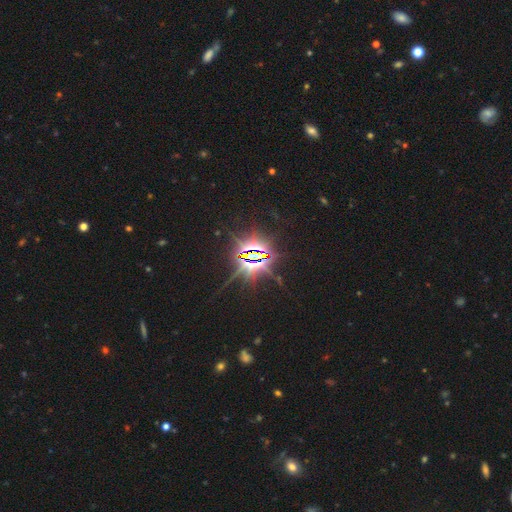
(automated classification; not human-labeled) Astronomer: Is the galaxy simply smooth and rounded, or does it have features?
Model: star or artifact — 85%.